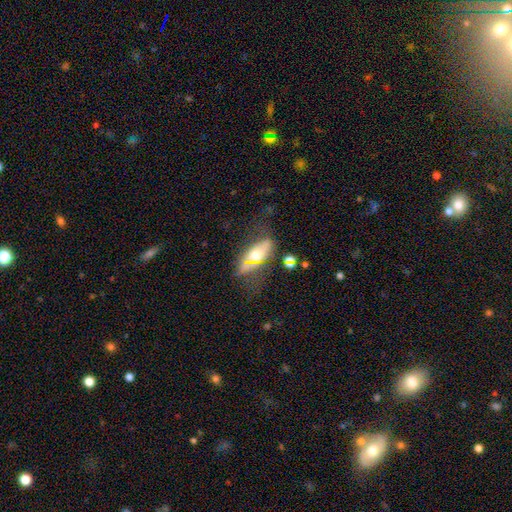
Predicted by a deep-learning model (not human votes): Smooth or featured? smooth (44%)
Merging? none (51%)